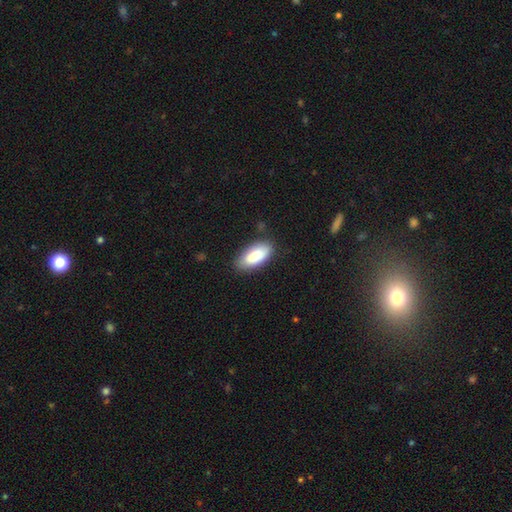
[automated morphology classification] type=smooth (87%); roundness=in between (90%); merging=none (81%).